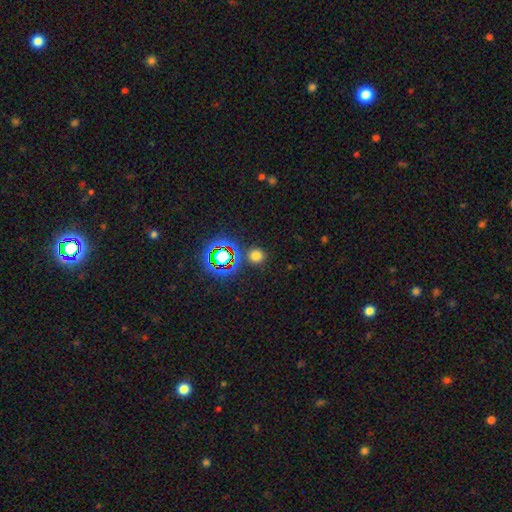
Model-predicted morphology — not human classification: The model was most divided on "smooth or featured": smooth: 67%, star or artifact: 27%, featured or disk: 6%. More confident: how rounded — round (89%); merging — none (84%).